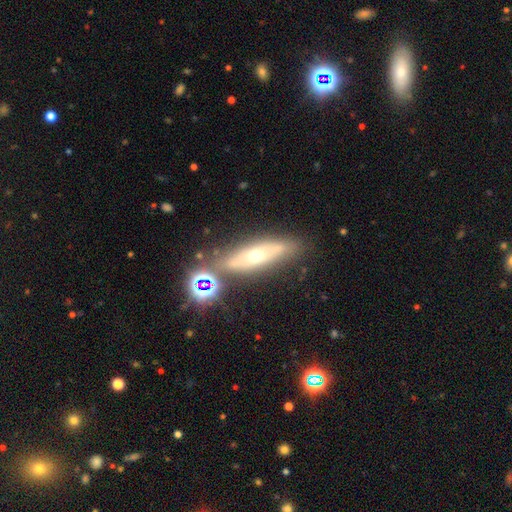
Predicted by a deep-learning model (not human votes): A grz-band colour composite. It shows a featured or disk galaxy (49%). Merging: none (71%).